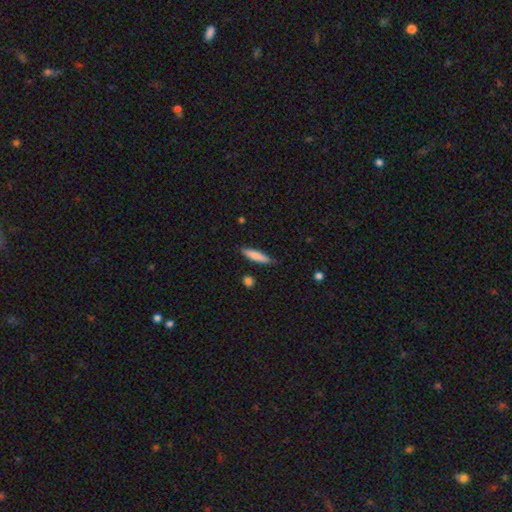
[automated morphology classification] smooth-or-featured: smooth: 81% | featured or disk: 13% | star or artifact: 6%
  how-rounded: cigar-shaped: 83% | in between: 16% | round: 1%
  merging: none: 84% | minor disturbance: 12% | major disturbance: 2% | merger: 2%